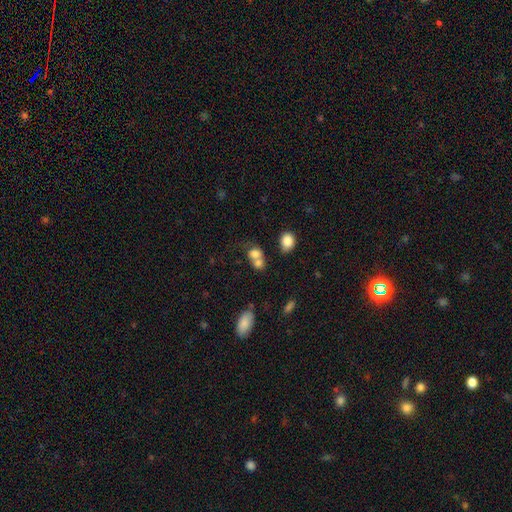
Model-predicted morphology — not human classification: Smooth or featured: smooth — 74% (featured or disk — 14%)
How rounded: round — 56% (in between — 42%)
Merging: merger — 59% (none — 25%)